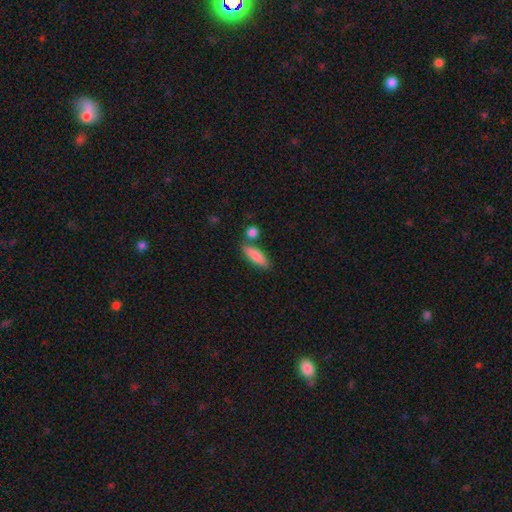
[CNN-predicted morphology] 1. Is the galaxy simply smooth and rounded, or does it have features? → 86% smooth, 8% featured or disk, 6% star or artifact.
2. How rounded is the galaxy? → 54% in between, 43% cigar-shaped, 3% round.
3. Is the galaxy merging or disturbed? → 72% none, 13% minor disturbance, 12% merger, 3% major disturbance.